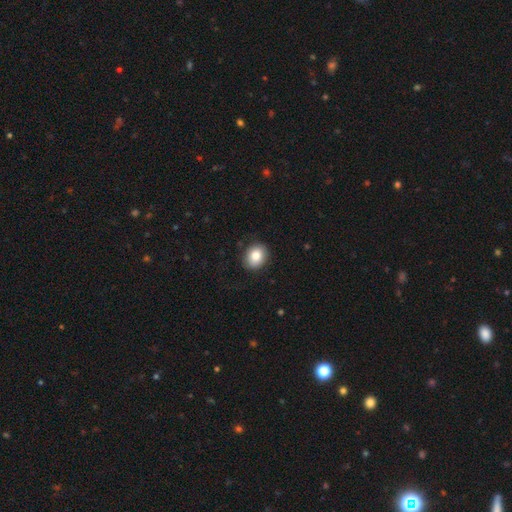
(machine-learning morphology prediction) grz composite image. It shows a smooth galaxy with no disk features (84%) that is round (60%). Merging: none (87%).